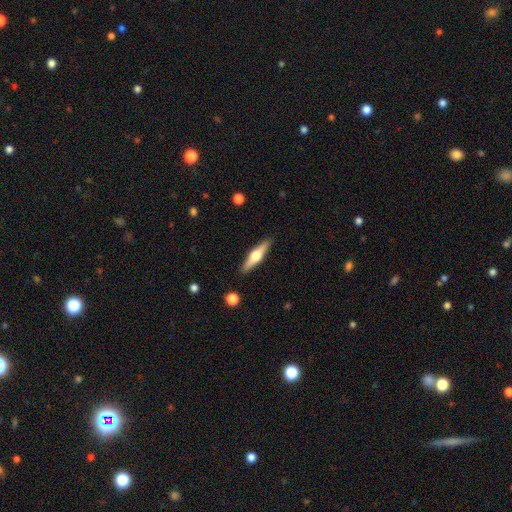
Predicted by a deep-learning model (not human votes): The model was most divided on "smooth or featured": featured or disk: 57%, smooth: 37%, star or artifact: 5%. More confident: edge-on disk — yes (95%); edge-on bulge — rounded (94%); merging — none (90%).